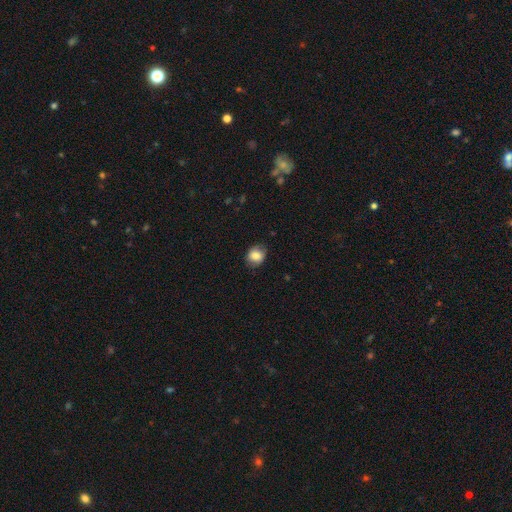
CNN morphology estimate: This appears to be a smooth galaxy with no disk features (80%) that is round (57%). Merging: none (76%).